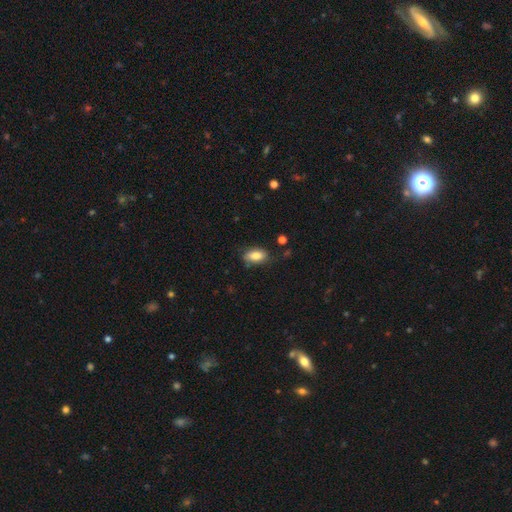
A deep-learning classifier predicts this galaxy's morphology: Overall: smooth (83%). How rounded: in between (90%). Merging: none (74%).